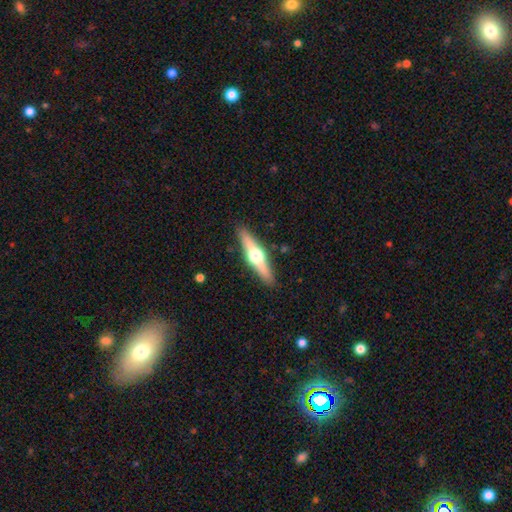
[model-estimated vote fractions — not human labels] A featured or disk galaxy (68%) viewed edge-on (97%) with a rounded central bulge (96%). Merging: none (90%).